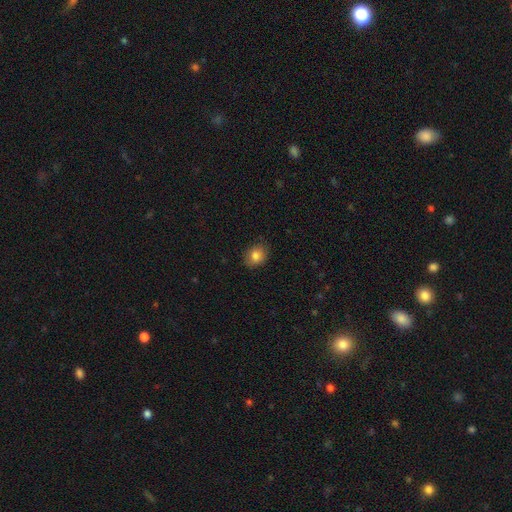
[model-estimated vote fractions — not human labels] Smooth or featured? smooth (82%)
How rounded? round (53%)
Merging? none (82%)